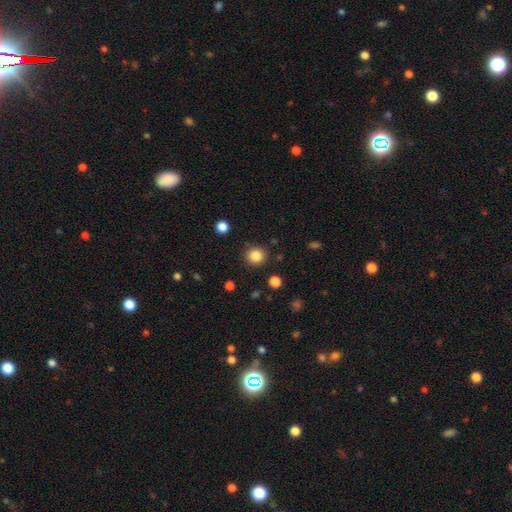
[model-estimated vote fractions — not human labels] Overall: smooth (84%). How rounded: round (92%). Merging: none (88%).